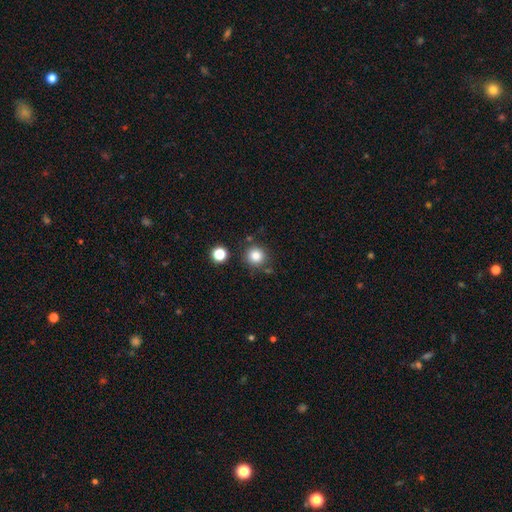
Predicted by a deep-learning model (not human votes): Smooth or featured: smooth — 83% (star or artifact — 12%)
How rounded: round — 93% (in between — 6%)
Merging: none — 81% (minor disturbance — 9%)